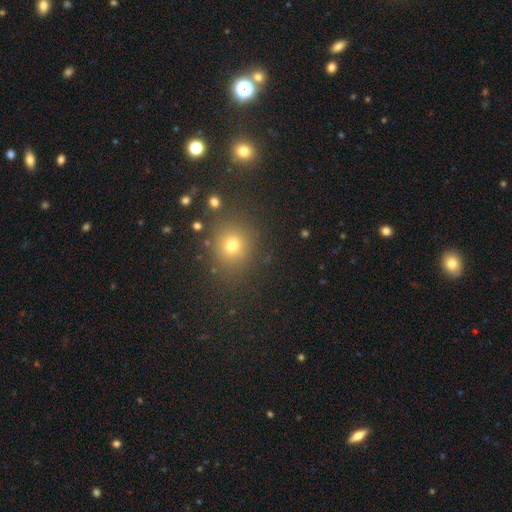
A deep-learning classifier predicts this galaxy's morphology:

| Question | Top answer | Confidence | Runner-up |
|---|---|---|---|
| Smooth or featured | smooth | 56% | star or artifact (37%) |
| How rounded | round | 82% | in between (16%) |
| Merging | none | 86% | minor disturbance (7%) |